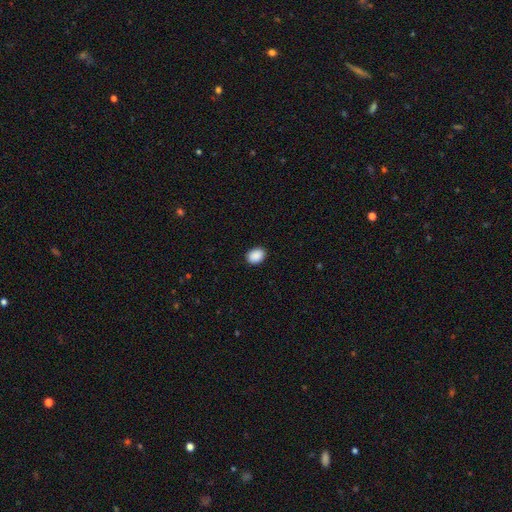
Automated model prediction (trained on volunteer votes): Smooth or featured: smooth — 91% (star or artifact — 7%)
How rounded: in between — 68% (round — 31%)
Merging: none — 90% (minor disturbance — 7%)